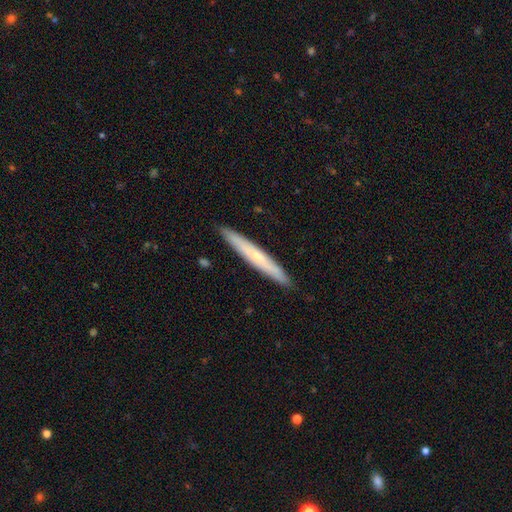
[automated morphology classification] The model was most divided on "smooth or featured": smooth: 52%, featured or disk: 42%, star or artifact: 6%. More confident: how rounded — cigar-shaped (96%); merging — none (91%).